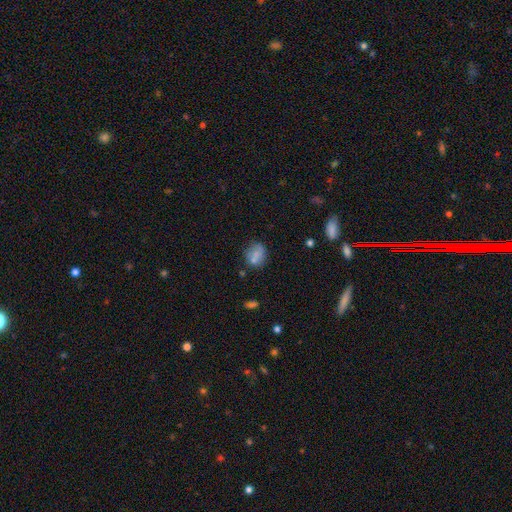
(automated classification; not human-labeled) This appears to be a smooth galaxy with no disk features (73%) that is round (56%). Merging: none (57%).